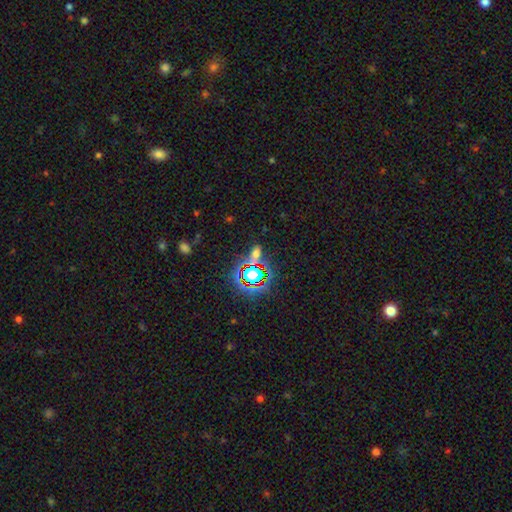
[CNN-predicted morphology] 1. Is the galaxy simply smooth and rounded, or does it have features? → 71% star or artifact, 20% smooth, 10% featured or disk.